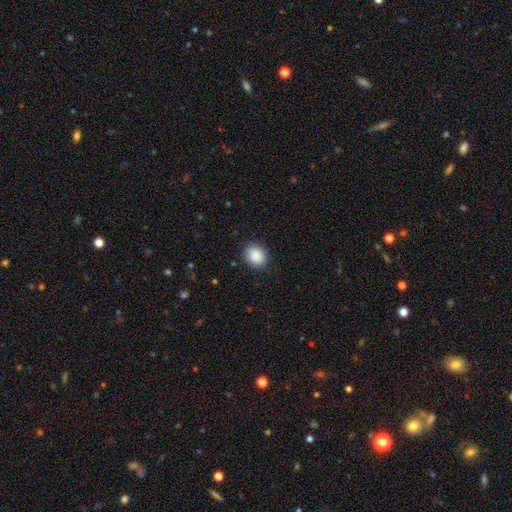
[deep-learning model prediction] Overall: smooth (89%). How rounded: round (51%; in between 48%). Merging: none (87%).